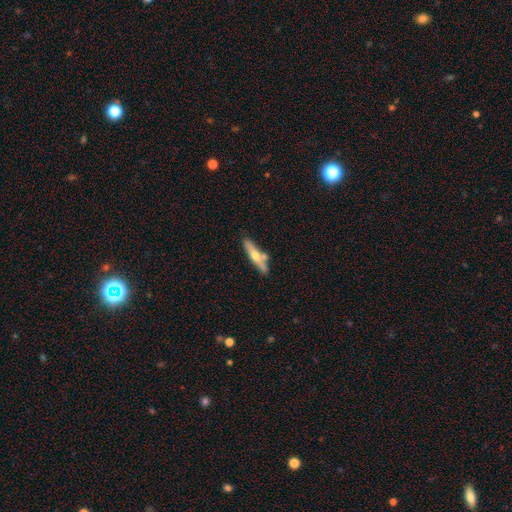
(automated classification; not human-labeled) Smooth or featured? Predicted: featured or disk (p=0.48). Merging? Predicted: none (p=0.66).